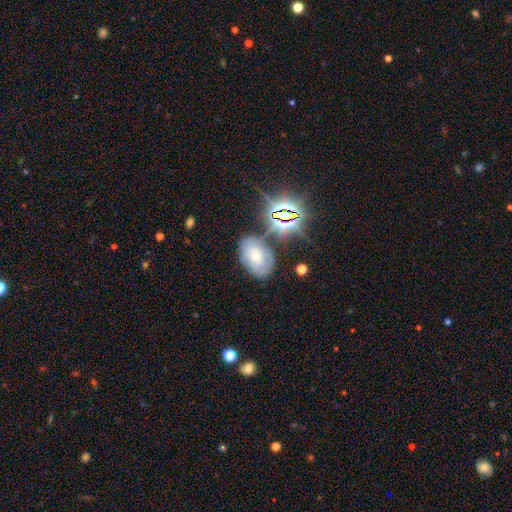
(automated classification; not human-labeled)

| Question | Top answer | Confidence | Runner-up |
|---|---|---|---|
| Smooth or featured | smooth | 47% | featured or disk (29%) |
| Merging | none | 61% | minor disturbance (23%) |